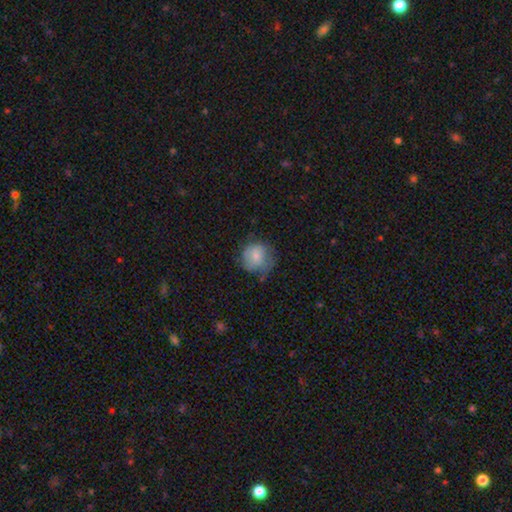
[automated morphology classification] The model was most divided on "merging": none: 55%, minor disturbance: 30%, major disturbance: 13%, merger: 2%. More confident: how rounded — round (84%); smooth or featured — smooth (73%).